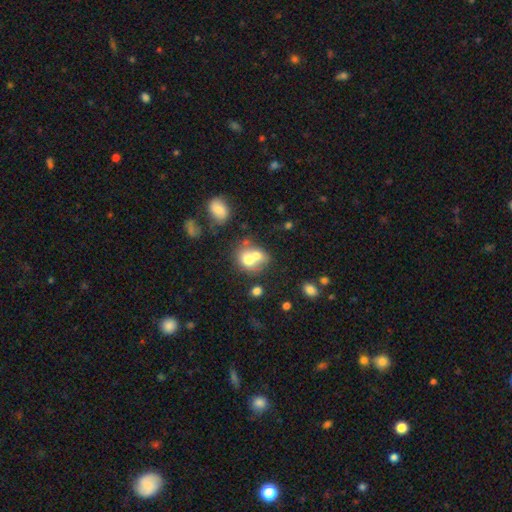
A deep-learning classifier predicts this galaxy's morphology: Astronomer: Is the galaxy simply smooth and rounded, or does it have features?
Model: smooth — 65%.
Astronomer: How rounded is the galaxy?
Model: round — 60% (runner-up: in between, 39%).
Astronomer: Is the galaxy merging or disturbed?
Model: merger — 64%.